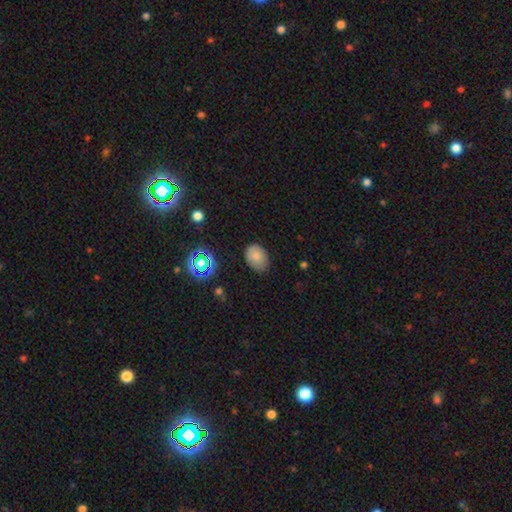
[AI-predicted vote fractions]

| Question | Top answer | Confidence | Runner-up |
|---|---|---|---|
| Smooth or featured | smooth | 77% | star or artifact (14%) |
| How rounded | in between | 78% | round (21%) |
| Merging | none | 75% | minor disturbance (19%) |